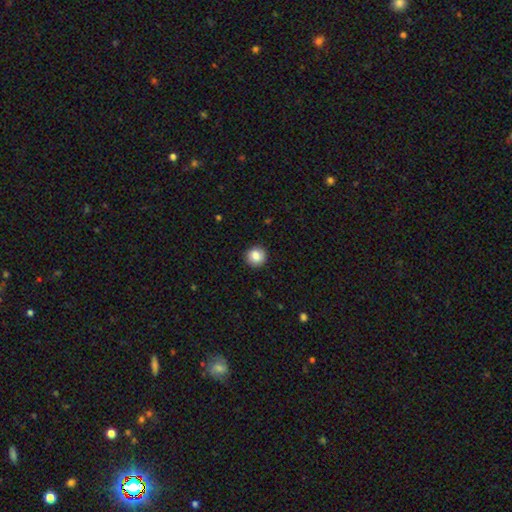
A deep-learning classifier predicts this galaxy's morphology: This is clearly a smooth galaxy (85%). How rounded: clearly round (92%). Merging: clearly none (90%).